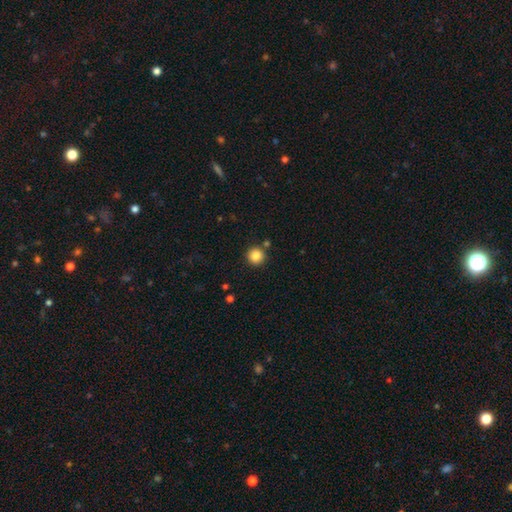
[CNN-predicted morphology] type=smooth (85%); roundness=round (95%); merging=none (86%).